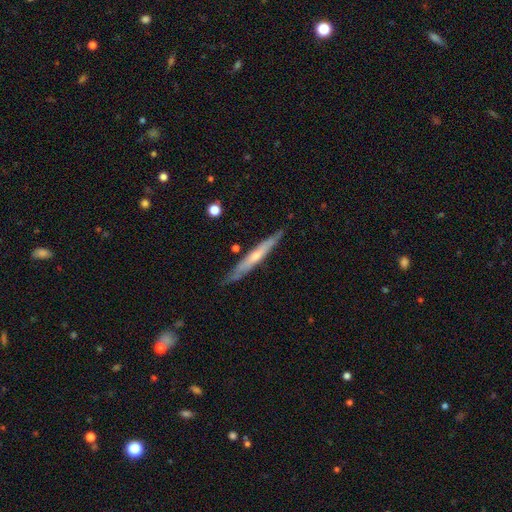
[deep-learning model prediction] The model was most divided on "edge-on bulge": rounded: 49%, none: 46%, boxy: 5%. More confident: edge-on disk — yes (92%); merging — none (83%); smooth or featured — featured or disk (59%).